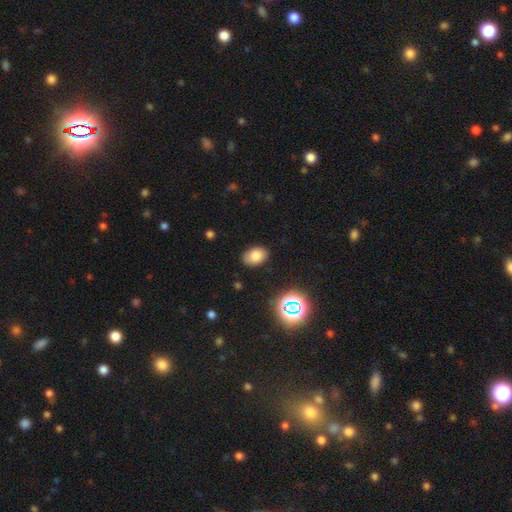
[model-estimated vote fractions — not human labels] Overall: smooth (77%). How rounded: in between (82%). Merging: none (84%).